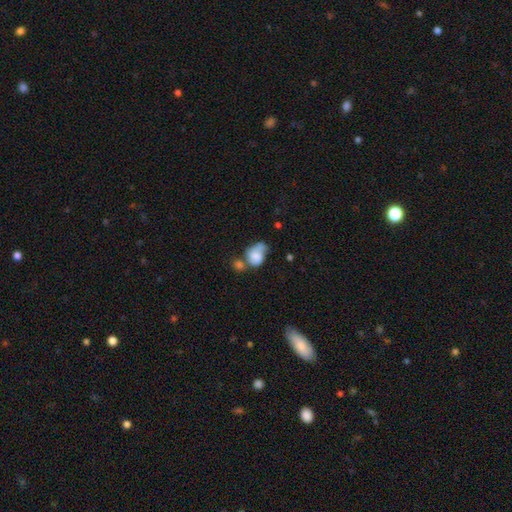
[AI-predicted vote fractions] A smooth galaxy with no disk features (68%) that is in between round and cigar-shaped (62%). Merging: merger (37%).